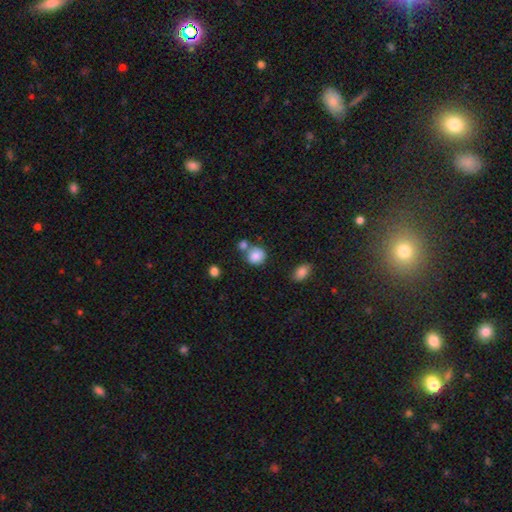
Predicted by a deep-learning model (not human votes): Smooth or featured? Predicted: smooth (p=0.85). How rounded? Predicted: round (p=0.80). Merging? Predicted: none (p=0.58).